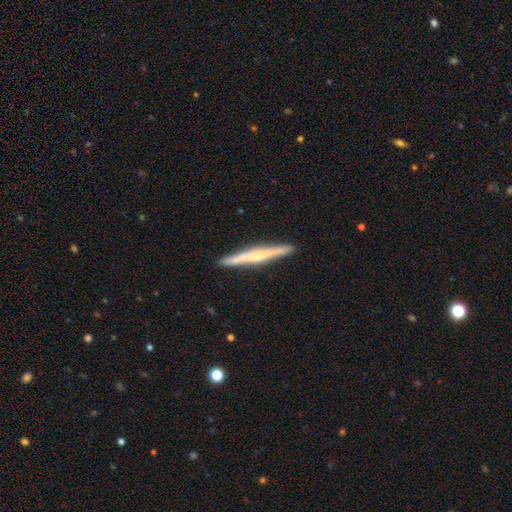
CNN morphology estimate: This is likely a featured or disk galaxy (65%). It is clearly viewed edge-on (98%). Edge-on bulge: possibly rounded (45%). Merging: clearly none (91%).